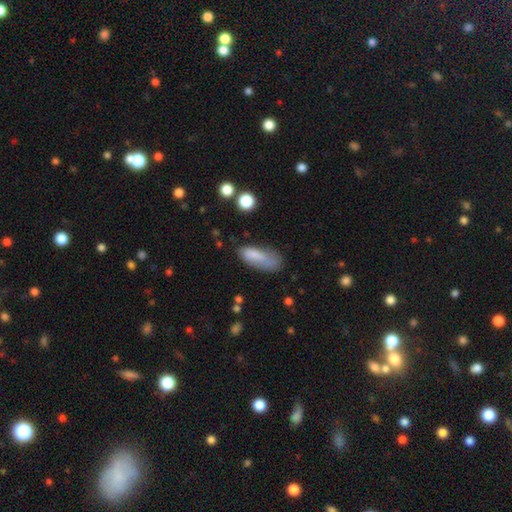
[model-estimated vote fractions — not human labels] Smooth or featured? Predicted: smooth (p=0.77). How rounded? Predicted: in between (p=0.68). Merging? Predicted: none (p=0.46).